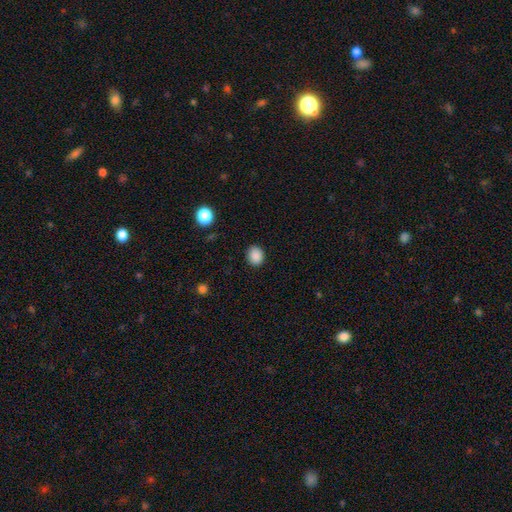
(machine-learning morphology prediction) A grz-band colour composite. It shows a smooth galaxy with no disk features (88%) that is round (59%). Merging: none (88%).